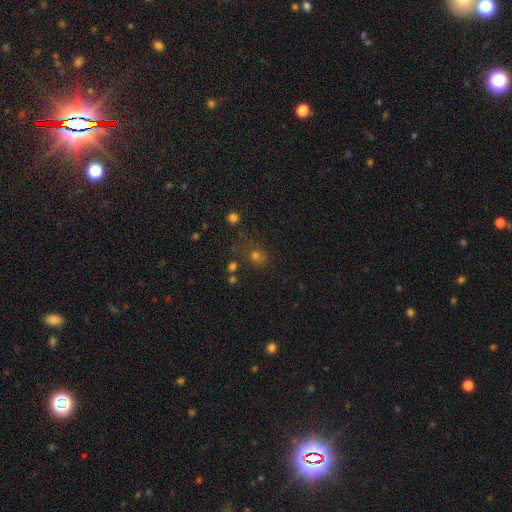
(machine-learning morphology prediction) Q: Smooth or featured?
A: smooth (60%); runner-up: star or artifact (31%)
Q: How rounded?
A: round (77%); runner-up: in between (22%)
Q: Merging?
A: none (68%); runner-up: minor disturbance (16%)